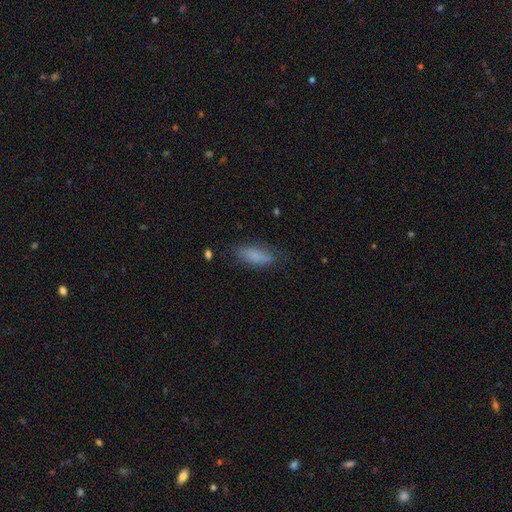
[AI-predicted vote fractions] smooth-or-featured: smooth: 80% | featured or disk: 12% | star or artifact: 8%
  how-rounded: in between: 68% | cigar-shaped: 29% | round: 2%
  merging: none: 75% | minor disturbance: 19% | major disturbance: 5% | merger: 2%